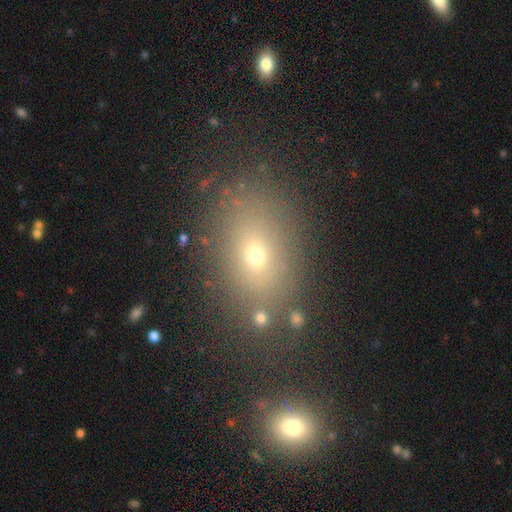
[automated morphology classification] A smooth galaxy with no disk features (65%) that is in between round and cigar-shaped (73%). Merging: none (77%).